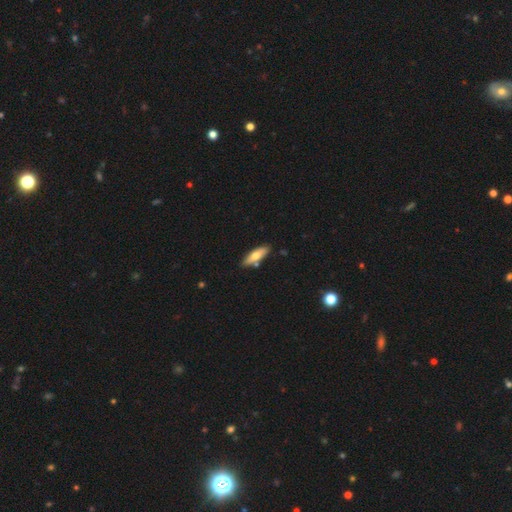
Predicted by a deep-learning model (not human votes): The model was most divided on "how rounded": cigar-shaped: 49%, in between: 48%, round: 2%. More confident: merging — none (81%); smooth or featured — smooth (65%).